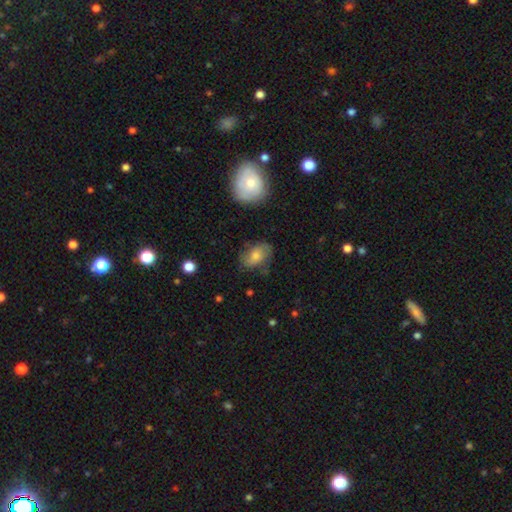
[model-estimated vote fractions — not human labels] Smooth or featured? smooth (48%)
Merging? none (67%)